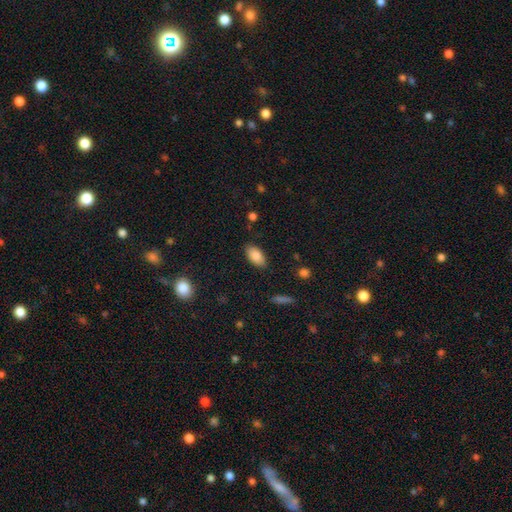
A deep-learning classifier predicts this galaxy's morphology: Smooth or featured: smooth — 86% (star or artifact — 7%)
How rounded: in between — 93% (round — 4%)
Merging: none — 85% (minor disturbance — 11%)